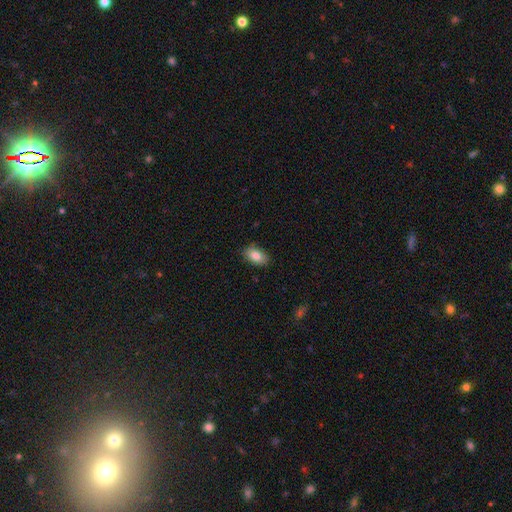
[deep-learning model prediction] Overall: smooth (83%). How rounded: in between (91%). Merging: none (87%).